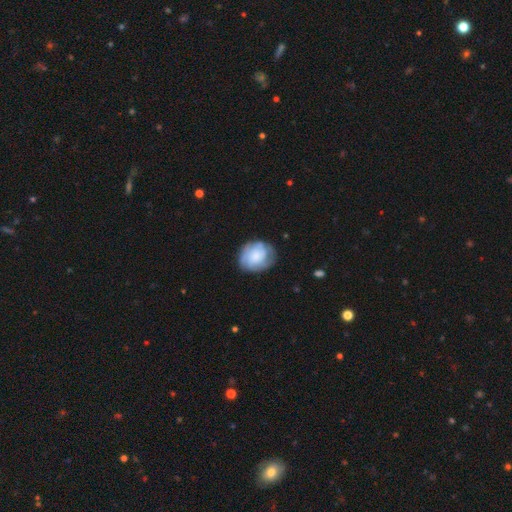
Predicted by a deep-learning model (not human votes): This appears to be a featured or disk galaxy (48%). Merging: none (71%).